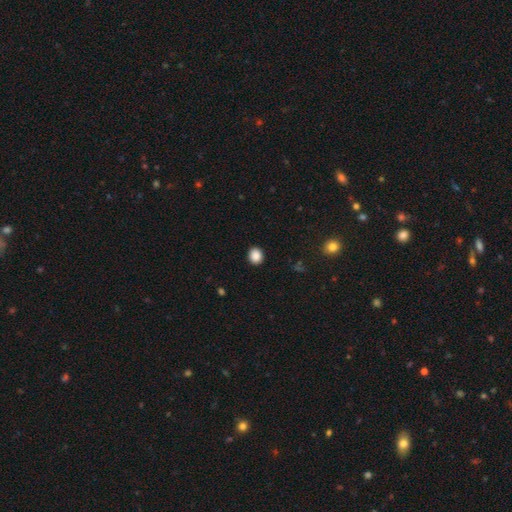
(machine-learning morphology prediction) smooth-or-featured: smooth: 88% | star or artifact: 9% | featured or disk: 3%
  how-rounded: round: 72% | in between: 27% | cigar-shaped: 1%
  merging: none: 91% | minor disturbance: 6% | major disturbance: 2% | merger: 1%